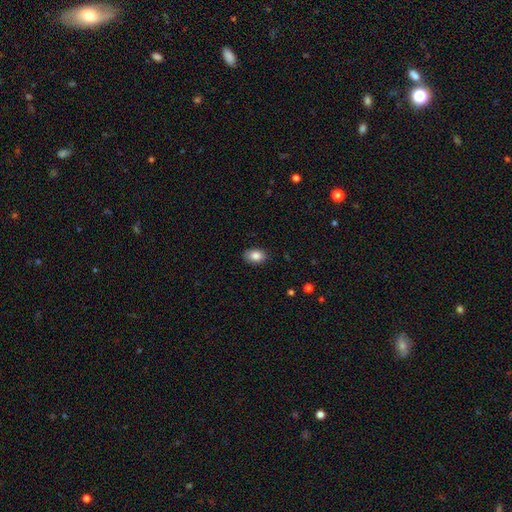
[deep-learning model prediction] This appears to be a smooth galaxy with no disk features (86%) that is in between round and cigar-shaped (85%). Merging: none (87%).